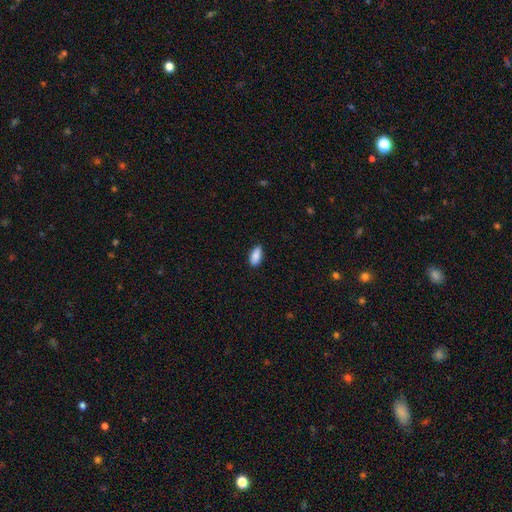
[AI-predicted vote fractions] Smooth or featured: smooth — 90% (star or artifact — 7%)
How rounded: in between — 91% (cigar-shaped — 7%)
Merging: none — 87% (minor disturbance — 10%)